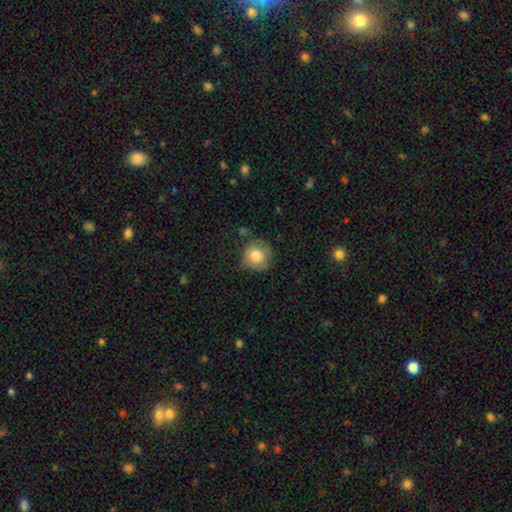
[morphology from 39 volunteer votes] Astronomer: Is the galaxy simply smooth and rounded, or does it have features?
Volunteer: smooth — 79%.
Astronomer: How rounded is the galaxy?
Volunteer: round — 90%.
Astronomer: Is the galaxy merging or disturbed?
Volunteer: none — 75%.